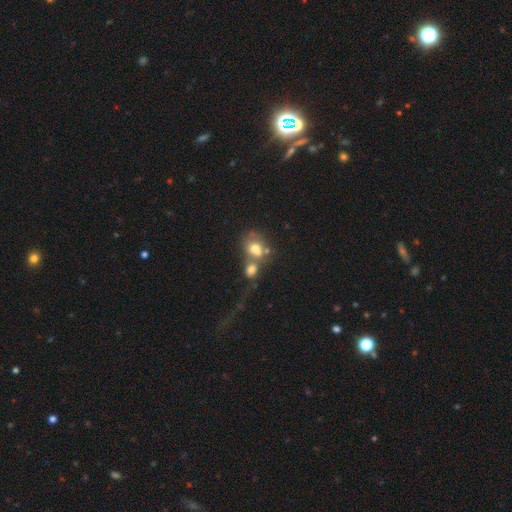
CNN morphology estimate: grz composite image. It shows a smooth galaxy with no disk features (55%) that is round (64%). Merging: merger (60%).